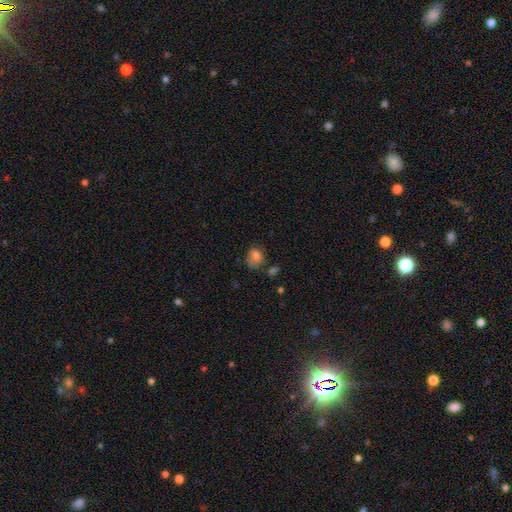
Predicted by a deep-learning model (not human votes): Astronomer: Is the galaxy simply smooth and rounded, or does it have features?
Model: smooth — 77%.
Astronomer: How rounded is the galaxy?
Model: in between — 57% (runner-up: round, 42%).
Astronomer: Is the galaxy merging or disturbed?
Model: none — 48% (runner-up: minor disturbance, 30%).